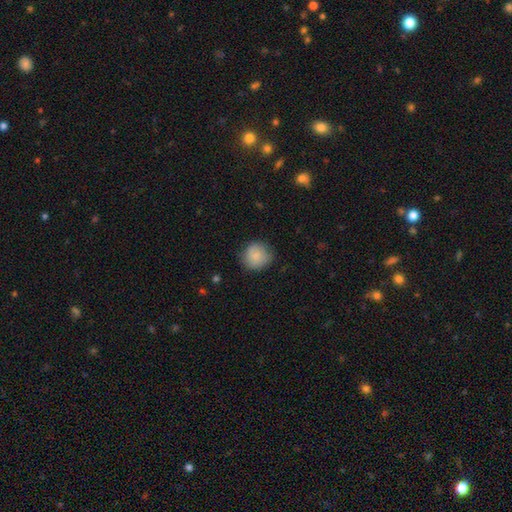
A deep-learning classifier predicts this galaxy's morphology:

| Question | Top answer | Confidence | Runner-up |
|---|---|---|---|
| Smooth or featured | smooth | 86% | star or artifact (7%) |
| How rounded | round | 90% | in between (9%) |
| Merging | none | 80% | minor disturbance (16%) |